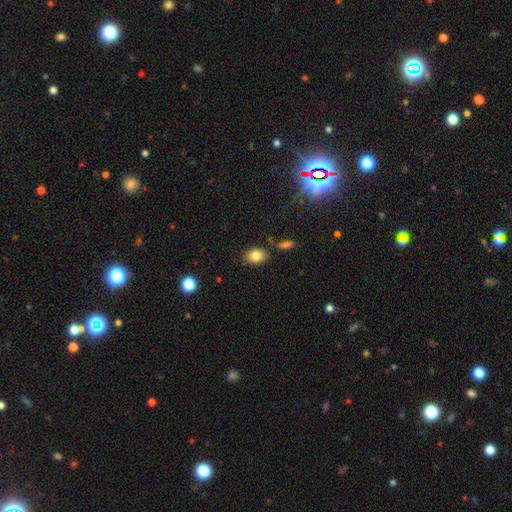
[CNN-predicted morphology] Smooth or featured: smooth — 81% (star or artifact — 10%)
How rounded: in between — 72% (round — 27%)
Merging: none — 80% (minor disturbance — 13%)